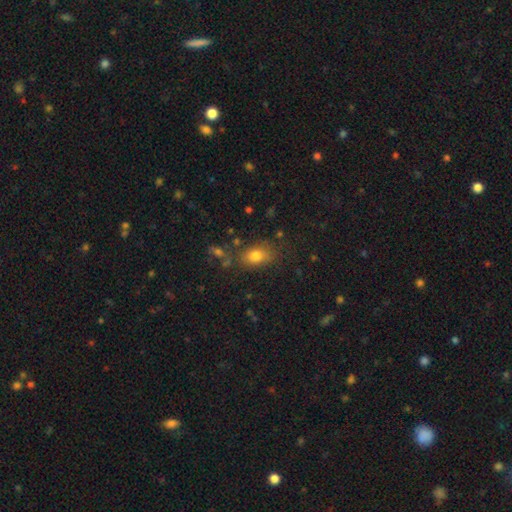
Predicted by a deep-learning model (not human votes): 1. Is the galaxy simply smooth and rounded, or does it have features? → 78% smooth, 12% star or artifact, 10% featured or disk.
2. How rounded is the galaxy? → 79% in between, 19% round, 2% cigar-shaped.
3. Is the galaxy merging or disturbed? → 74% none, 16% minor disturbance, 5% major disturbance, 5% merger.